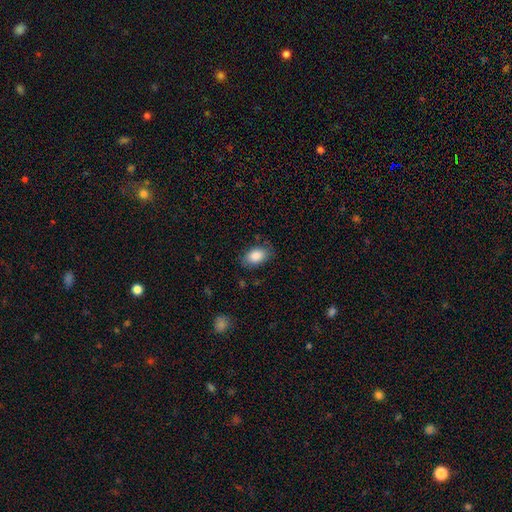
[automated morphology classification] smooth_or_featured: smooth (p=0.87) [alt: star or artifact p=0.07]
how_rounded: in between (p=0.89) [alt: round p=0.09]
merging: none (p=0.80) [alt: minor disturbance p=0.15]